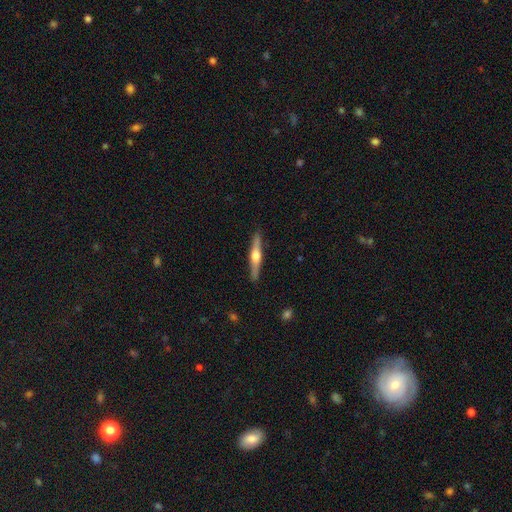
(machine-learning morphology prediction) The model was most divided on "smooth or featured": featured or disk: 67%, smooth: 28%, star or artifact: 5%. More confident: edge-on disk — yes (97%); edge-on bulge — rounded (93%); merging — none (90%).